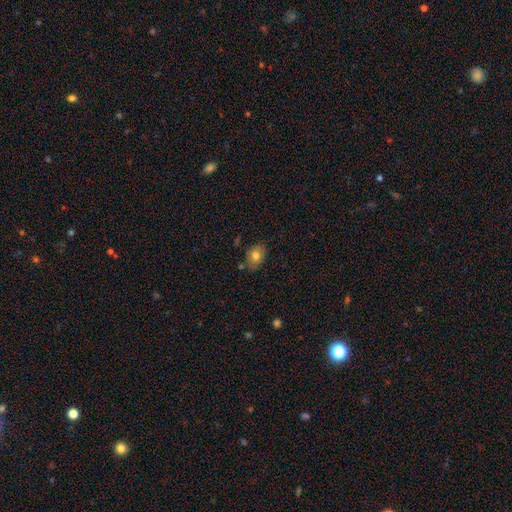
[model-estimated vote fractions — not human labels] Overall: smooth (78%). How rounded: in between (73%). Merging: none (74%).